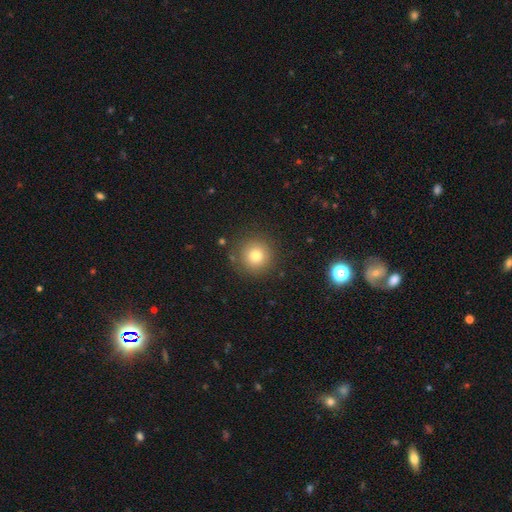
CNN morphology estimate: A smooth galaxy with no disk features (78%) that is round (95%).

Vote fractions:
- Smooth or featured? smooth: 78% / star or artifact: 13% / featured or disk: 9%
- How rounded? round: 95% / in between: 4% / cigar-shaped: 1%
- Merging? none: 88% / minor disturbance: 7% / major disturbance: 3% / merger: 2%